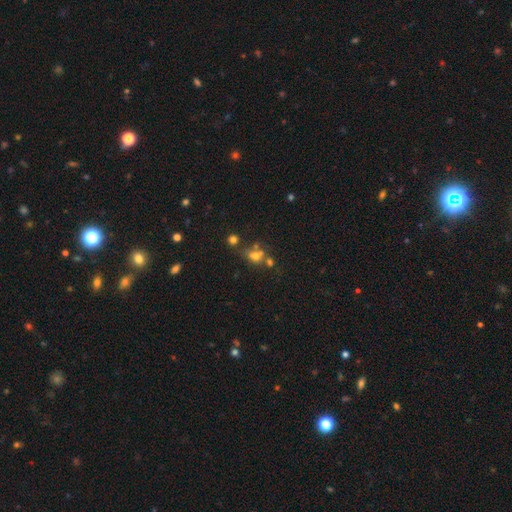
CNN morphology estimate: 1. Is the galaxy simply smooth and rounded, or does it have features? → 61% smooth, 21% star or artifact, 18% featured or disk.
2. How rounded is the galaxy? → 50% round, 47% in between, 3% cigar-shaped.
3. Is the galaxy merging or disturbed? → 42% none, 35% merger, 14% minor disturbance, 9% major disturbance.